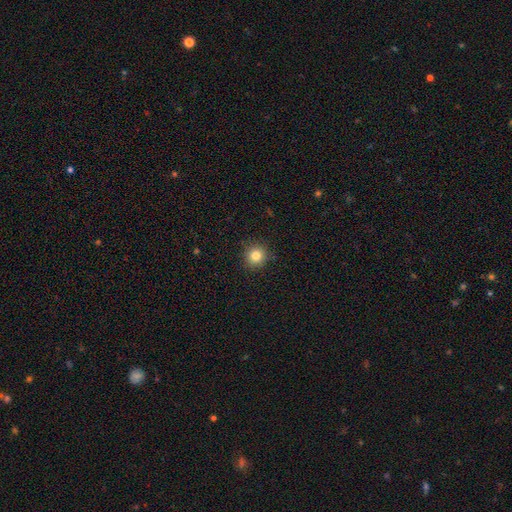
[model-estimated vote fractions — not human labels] A smooth galaxy with no disk features (82%) that is round (93%). Merging: none (91%).